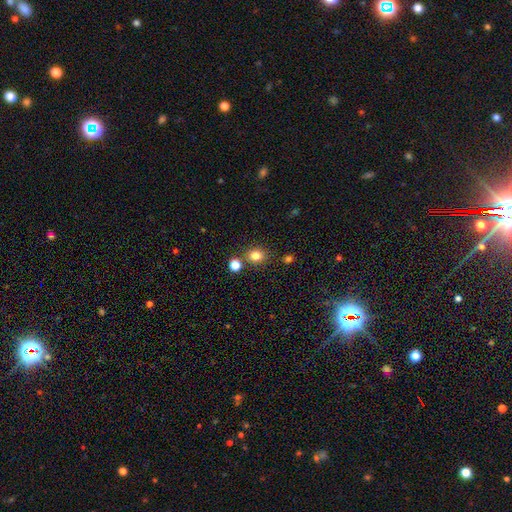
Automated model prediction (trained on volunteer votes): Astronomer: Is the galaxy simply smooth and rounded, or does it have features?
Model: smooth — 81%.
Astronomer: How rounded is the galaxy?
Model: round — 66%.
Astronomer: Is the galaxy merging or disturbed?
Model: none — 76%.